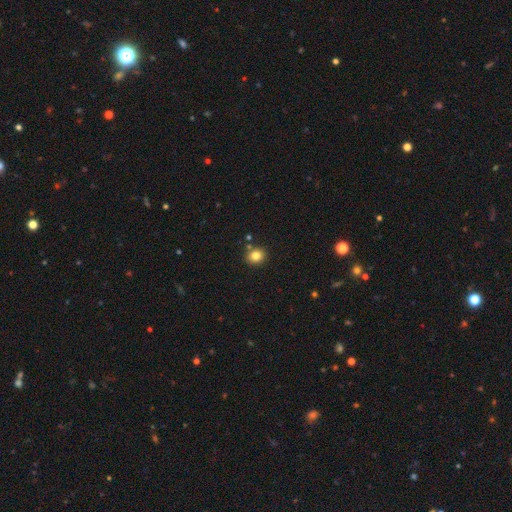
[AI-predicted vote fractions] smooth_or_featured: smooth (p=0.82) [alt: star or artifact p=0.12]
how_rounded: round (p=0.75) [alt: in between p=0.24]
merging: none (p=0.83) [alt: minor disturbance p=0.09]